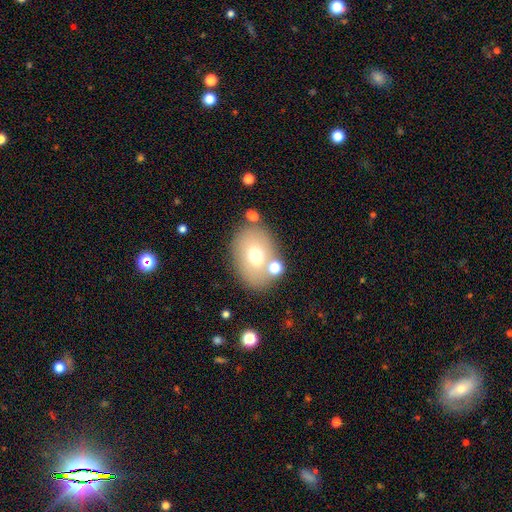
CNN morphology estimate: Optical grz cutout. It shows a smooth galaxy with no disk features (65%) that is in between round and cigar-shaped (73%). Merging: none (73%).